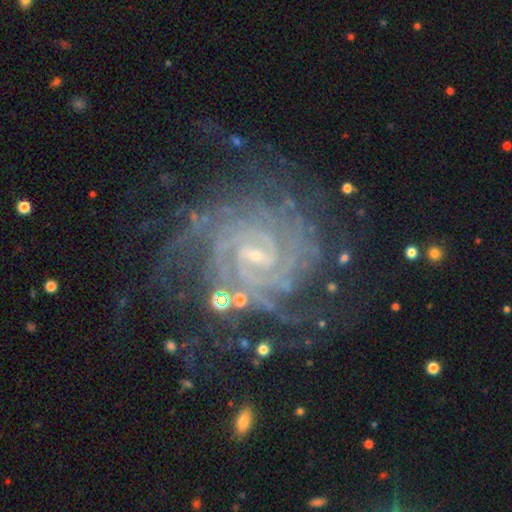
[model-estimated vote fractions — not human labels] This appears to be a featured or disk galaxy (91%) with a weak bar (52%), 2 (23%) tight (80%) spiral arms (99%) and a small central bulge (80%). Merging: none (70%).